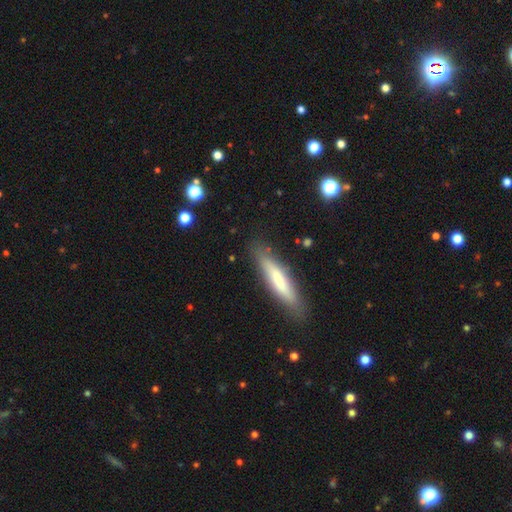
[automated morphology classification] The model was most divided on "smooth or featured": smooth: 48%, featured or disk: 40%, star or artifact: 12%. More confident: merging — none (84%).